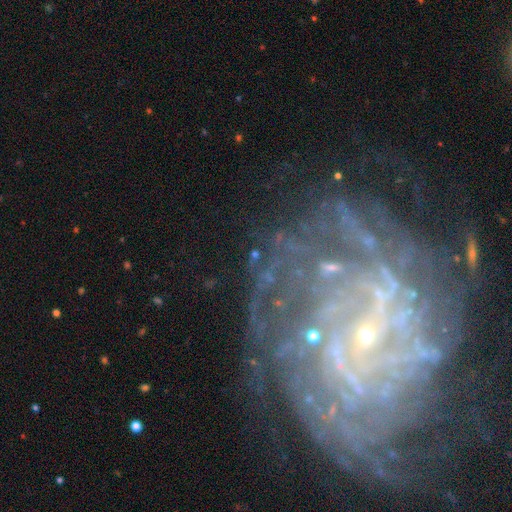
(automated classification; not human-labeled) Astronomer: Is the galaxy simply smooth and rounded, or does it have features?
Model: featured or disk — 66%.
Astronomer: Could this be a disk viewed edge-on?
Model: no — 95%.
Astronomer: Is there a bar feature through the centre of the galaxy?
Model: no — 43% (runner-up: weak, 30%).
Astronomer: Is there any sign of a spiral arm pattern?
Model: yes — 90%.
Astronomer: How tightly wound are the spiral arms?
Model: tight — 66%.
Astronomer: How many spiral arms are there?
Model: can't tell — 30% (runner-up: 2, 18%).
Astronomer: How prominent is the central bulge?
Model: small — 65%.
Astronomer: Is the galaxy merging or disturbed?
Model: none — 69%.